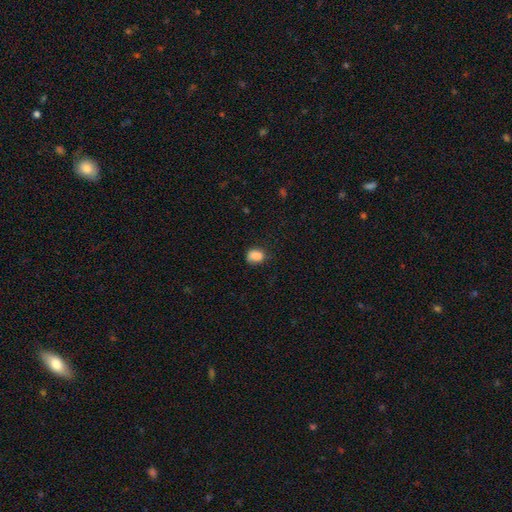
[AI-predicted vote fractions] This appears to be a smooth galaxy with no disk features (86%) that is in between round and cigar-shaped (64%). Merging: none (67%).